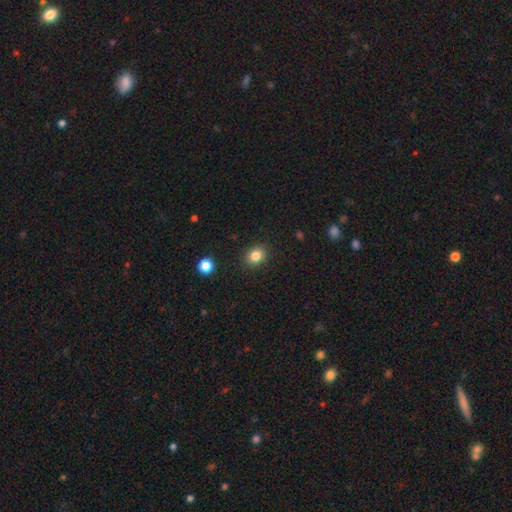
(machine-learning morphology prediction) type=smooth (83%); roundness=round (61%); merging=none (89%).